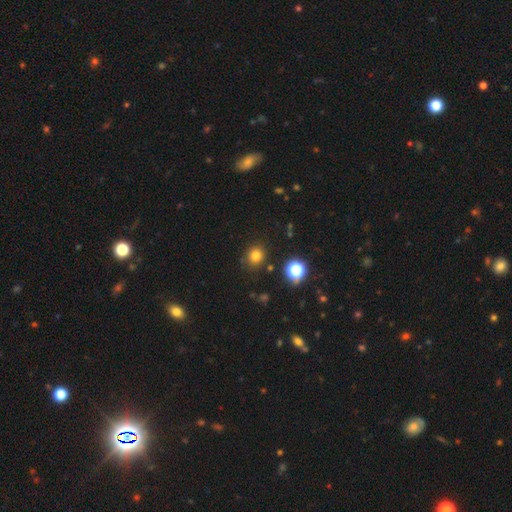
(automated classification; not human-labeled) A smooth galaxy with no disk features (78%) that is round (86%). Merging: none (85%).